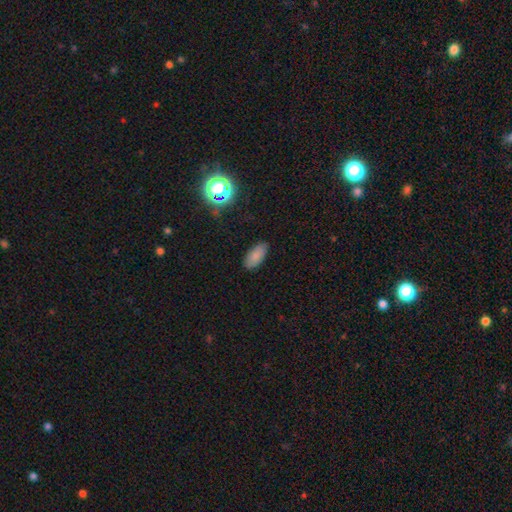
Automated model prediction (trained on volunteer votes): This is clearly a smooth galaxy (83%). How rounded: clearly in between (89%). Merging: clearly none (86%).